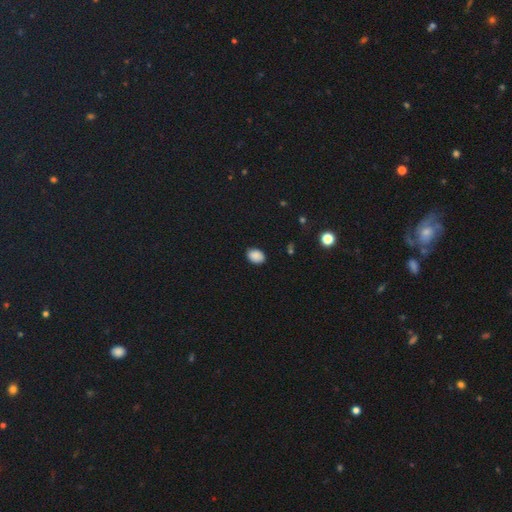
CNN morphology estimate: Q: Smooth or featured?
A: smooth (87%); runner-up: star or artifact (9%)
Q: How rounded?
A: in between (72%); runner-up: round (27%)
Q: Merging?
A: none (85%); runner-up: minor disturbance (12%)